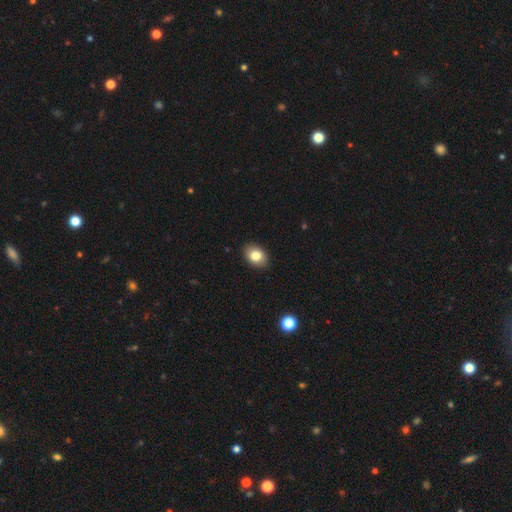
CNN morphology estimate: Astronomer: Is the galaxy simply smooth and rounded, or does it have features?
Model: smooth — 82%.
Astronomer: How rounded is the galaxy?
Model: in between — 77%.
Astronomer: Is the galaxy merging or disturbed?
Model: none — 89%.